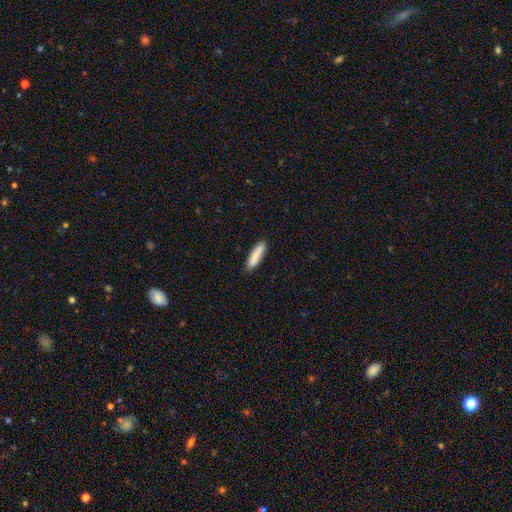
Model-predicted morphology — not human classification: A smooth galaxy with no disk features (86%) that is cigar-shaped (76%).

Vote fractions:
- Smooth or featured? smooth: 86% / featured or disk: 8% / star or artifact: 6%
- How rounded? cigar-shaped: 76% / in between: 23% / round: 1%
- Merging? none: 88% / minor disturbance: 9% / major disturbance: 2% / merger: 1%